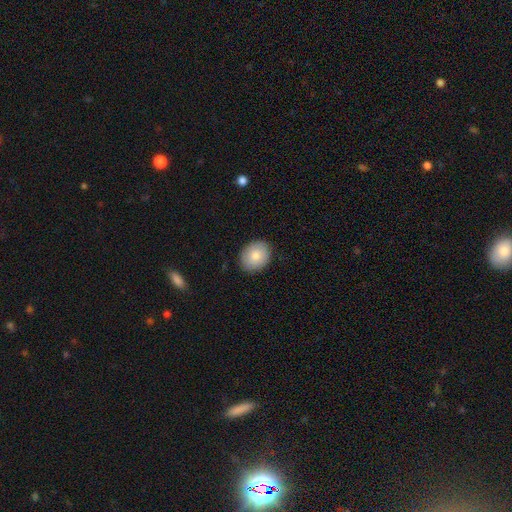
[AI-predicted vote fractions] smooth_or_featured: smooth (p=0.84) [alt: featured or disk p=0.09]
how_rounded: round (p=0.51) [alt: in between p=0.48]
merging: none (p=0.88) [alt: minor disturbance p=0.09]